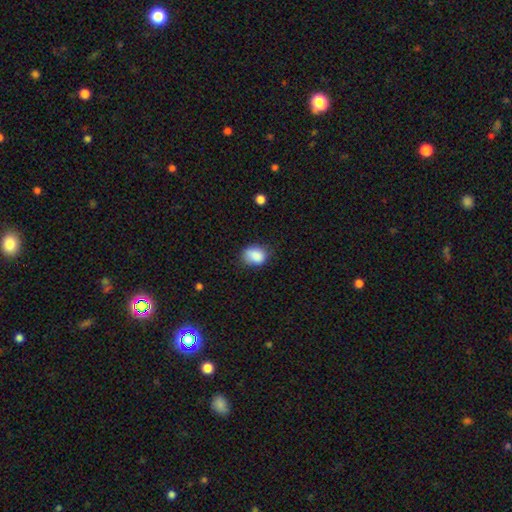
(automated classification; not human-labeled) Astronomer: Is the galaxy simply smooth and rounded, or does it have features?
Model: smooth — 87%.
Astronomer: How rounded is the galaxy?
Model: in between — 62%.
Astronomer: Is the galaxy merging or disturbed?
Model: none — 69%.